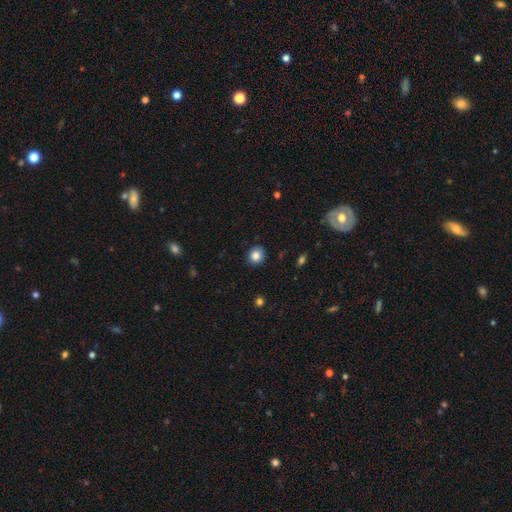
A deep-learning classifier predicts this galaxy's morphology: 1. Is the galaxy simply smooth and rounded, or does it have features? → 85% smooth, 10% star or artifact, 5% featured or disk.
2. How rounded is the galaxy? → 87% round, 12% in between, 1% cigar-shaped.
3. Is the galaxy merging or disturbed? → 90% none, 7% minor disturbance, 2% major disturbance, 1% merger.